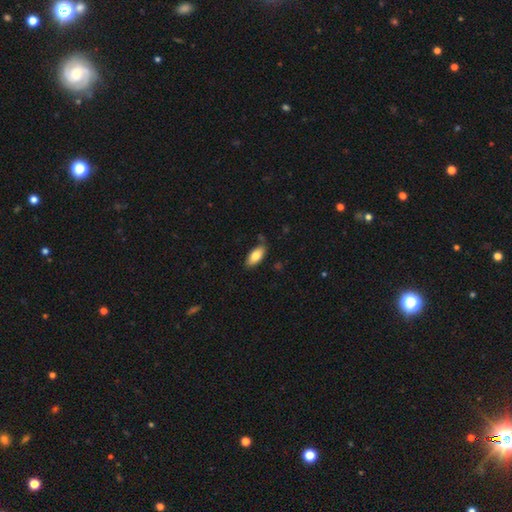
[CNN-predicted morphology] smooth-or-featured: smooth: 80% | featured or disk: 13% | star or artifact: 6%
  how-rounded: in between: 88% | cigar-shaped: 10% | round: 2%
  merging: none: 80% | minor disturbance: 15% | major disturbance: 3% | merger: 2%